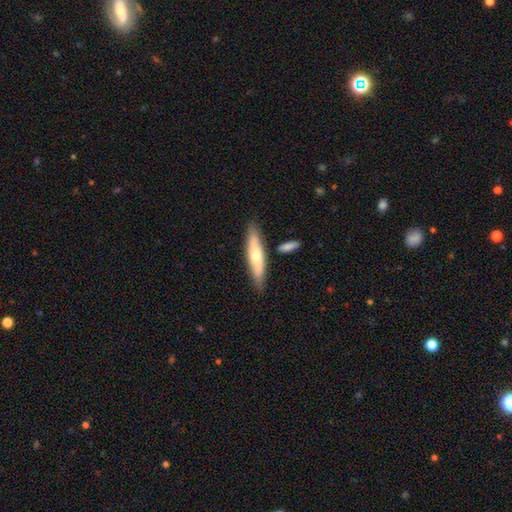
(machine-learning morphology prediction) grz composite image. It shows a smooth galaxy with no disk features (53%) that is cigar-shaped (77%). Merging: none (80%).